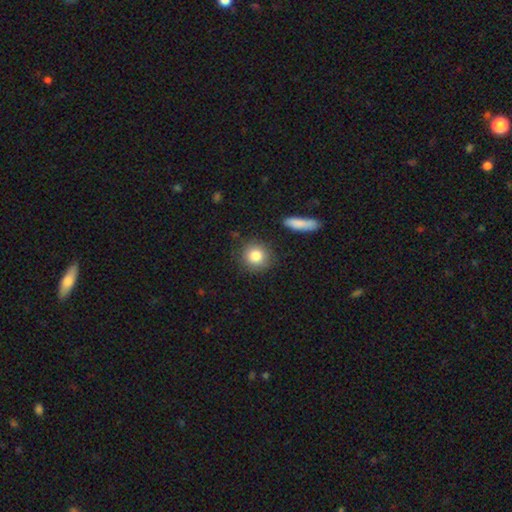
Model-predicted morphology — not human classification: smooth_or_featured: smooth (p=0.84) [alt: featured or disk p=0.08]
how_rounded: round (p=0.87) [alt: in between p=0.11]
merging: none (p=0.85) [alt: minor disturbance p=0.10]